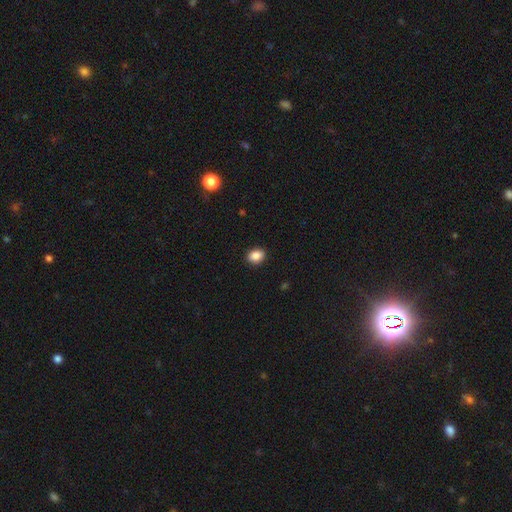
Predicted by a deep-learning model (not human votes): smooth-or-featured: smooth: 87% | star or artifact: 9% | featured or disk: 4%
  how-rounded: in between: 57% | round: 42% | cigar-shaped: 1%
  merging: none: 90% | minor disturbance: 7% | major disturbance: 2% | merger: 1%